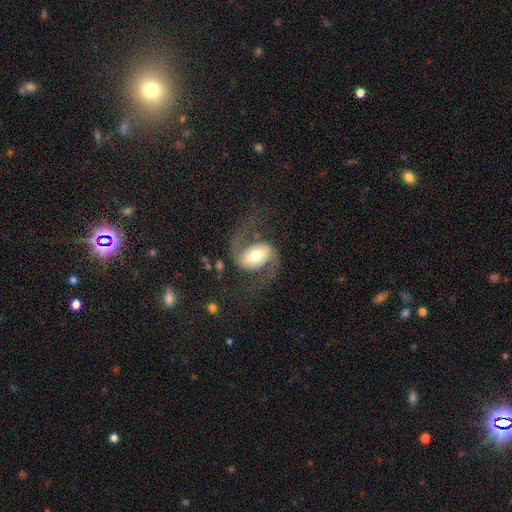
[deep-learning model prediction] Smooth or featured?
  - featured or disk: 85% *
  - smooth: 10%
  - star or artifact: 5%
Edge-on disk?
  - no: 97% *
  - yes: 3%
Bar?
  - strong: 41% *
  - weak: 37%
  - no: 22%
Spiral arms?
  - yes: 95% *
  - no: 5%
Spiral winding?
  - loose: 57% *
  - medium: 36%
  - tight: 7%
Spiral arm count?
  - 2: 93% *
  - 1: 2%
  - can't tell: 2%
  - 3: 1%
  - 4: 1%
  - more than 4: 1%
Bulge size?
  - moderate: 64% *
  - large: 16%
  - small: 16%
  - dominant: 3%
  - none: 1%
Merging?
  - none: 66% *
  - major disturbance: 19%
  - minor disturbance: 13%
  - merger: 2%